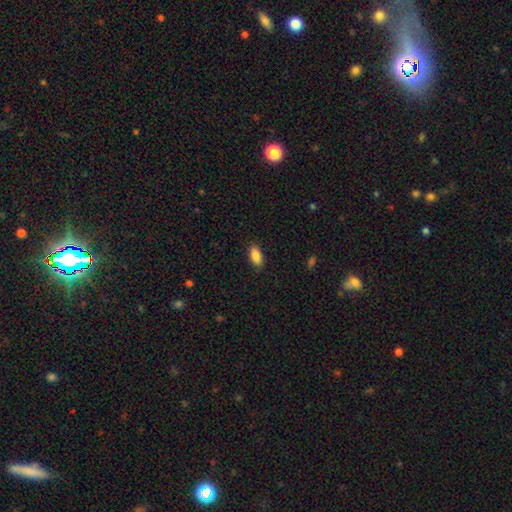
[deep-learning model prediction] Smooth or featured: smooth — 88% (star or artifact — 7%)
How rounded: in between — 90% (cigar-shaped — 8%)
Merging: none — 86% (minor disturbance — 11%)